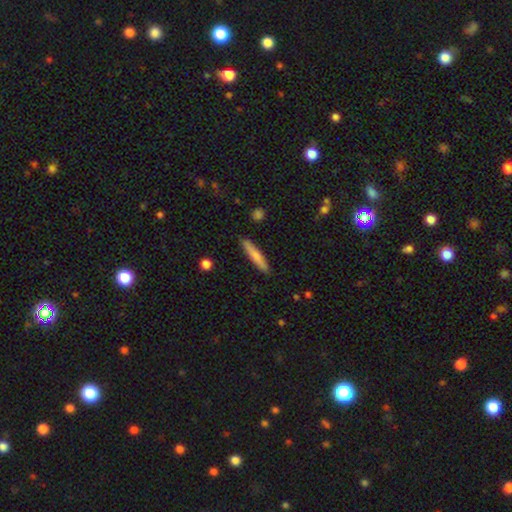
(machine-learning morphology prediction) Smooth or featured? Predicted: smooth (p=0.73). How rounded? Predicted: cigar-shaped (p=0.92). Merging? Predicted: none (p=0.88).